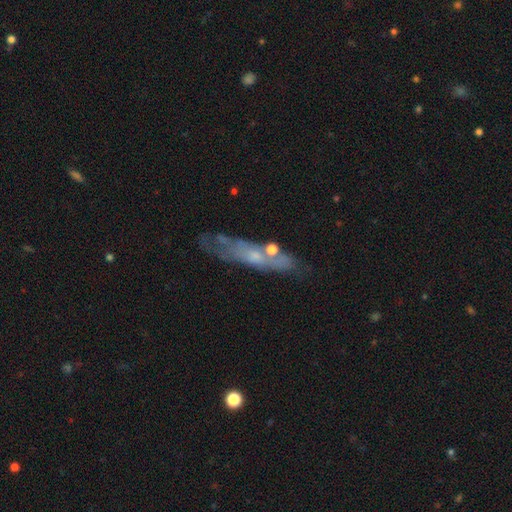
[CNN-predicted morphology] Q: Smooth or featured?
A: featured or disk (56%); runner-up: smooth (34%)
Q: Edge-on disk?
A: no (52%); runner-up: yes (48%)
Q: Merging?
A: none (61%); runner-up: minor disturbance (21%)